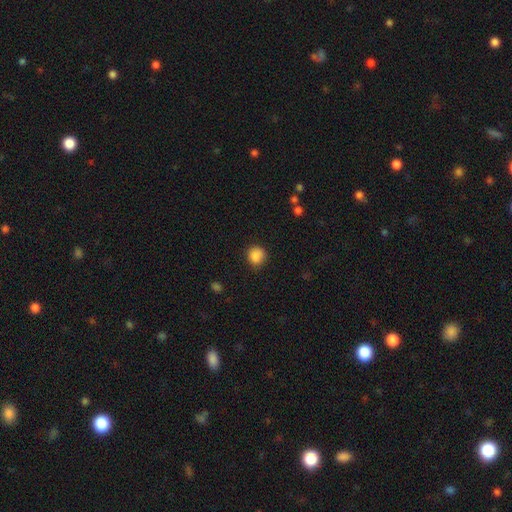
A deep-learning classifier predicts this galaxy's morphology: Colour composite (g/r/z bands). It shows a smooth galaxy with no disk features (87%) that is round (85%). Merging: none (81%).